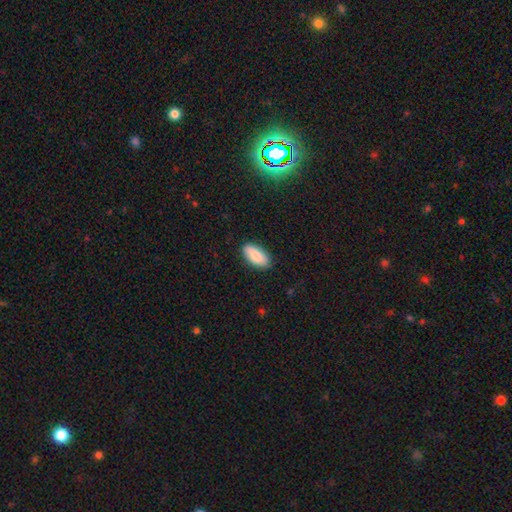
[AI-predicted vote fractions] This is clearly a smooth galaxy (85%). How rounded: clearly in between (91%). Merging: clearly none (86%).